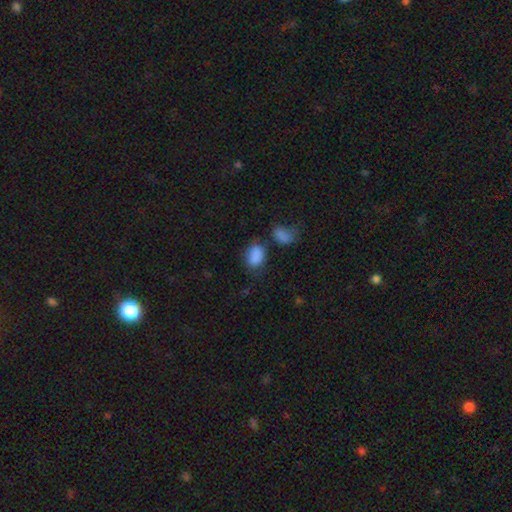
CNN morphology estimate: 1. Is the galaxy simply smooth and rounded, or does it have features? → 85% smooth, 9% star or artifact, 5% featured or disk.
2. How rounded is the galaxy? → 82% in between, 17% round, 1% cigar-shaped.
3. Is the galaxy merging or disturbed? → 54% none, 19% merger, 19% minor disturbance, 9% major disturbance.